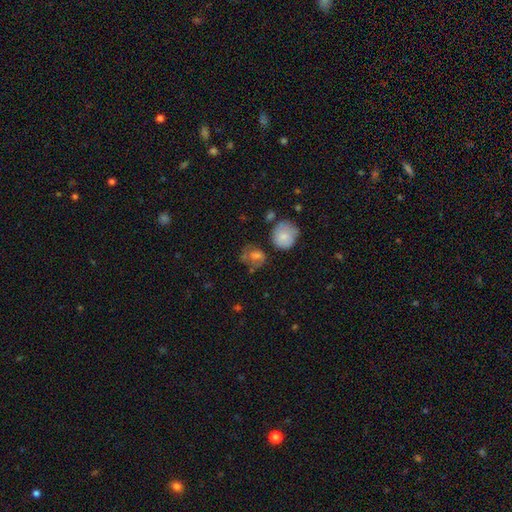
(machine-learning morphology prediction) Q: Smooth or featured?
A: smooth (60%); runner-up: featured or disk (25%)
Q: How rounded?
A: round (61%); runner-up: in between (38%)
Q: Merging?
A: none (49%); runner-up: minor disturbance (23%)